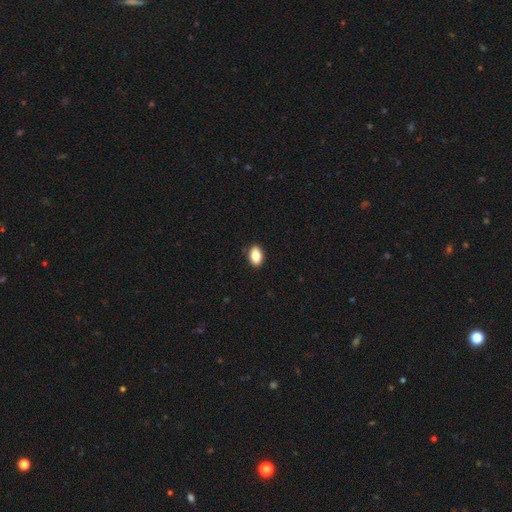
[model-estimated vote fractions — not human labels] Q: Smooth or featured?
A: smooth (84%); runner-up: featured or disk (8%)
Q: How rounded?
A: in between (88%); runner-up: round (9%)
Q: Merging?
A: none (89%); runner-up: minor disturbance (8%)